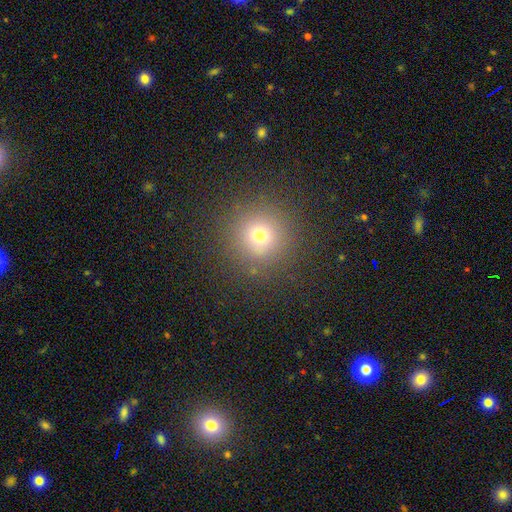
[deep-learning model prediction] Smooth or featured? Predicted: smooth (p=0.65). How rounded? Predicted: round (p=0.95). Merging? Predicted: none (p=0.91).